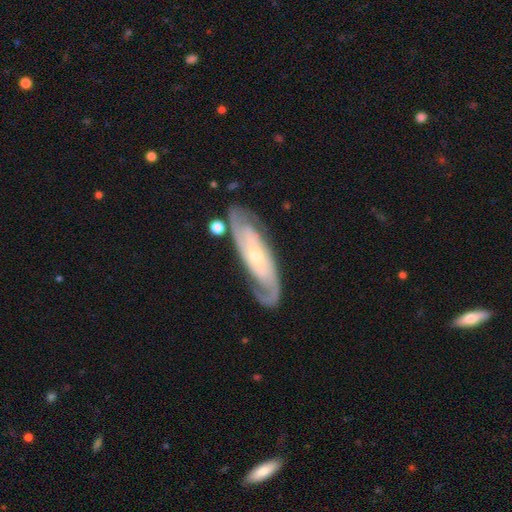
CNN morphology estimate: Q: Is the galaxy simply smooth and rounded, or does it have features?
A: featured or disk — 86%.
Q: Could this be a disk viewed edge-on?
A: no — 88%.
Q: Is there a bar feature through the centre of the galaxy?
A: no — 62%.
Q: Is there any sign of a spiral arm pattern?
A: yes — 96%.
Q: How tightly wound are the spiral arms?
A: tight — 54%.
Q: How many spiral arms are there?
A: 2 — 77%.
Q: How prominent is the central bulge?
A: small — 69%.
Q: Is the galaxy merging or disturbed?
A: none — 76%.